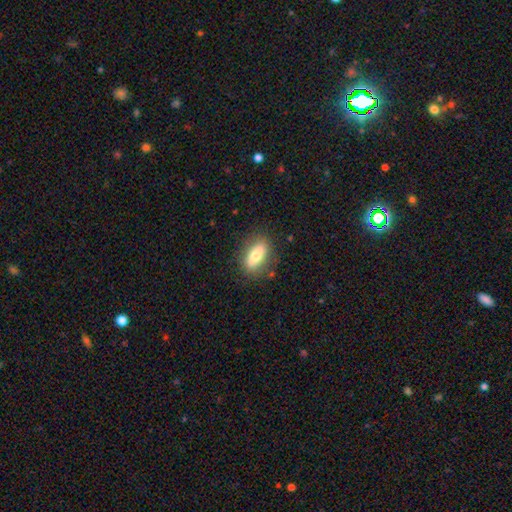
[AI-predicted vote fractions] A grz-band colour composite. It shows a smooth galaxy with no disk features (66%) that is in between round and cigar-shaped (87%). Merging: none (80%).